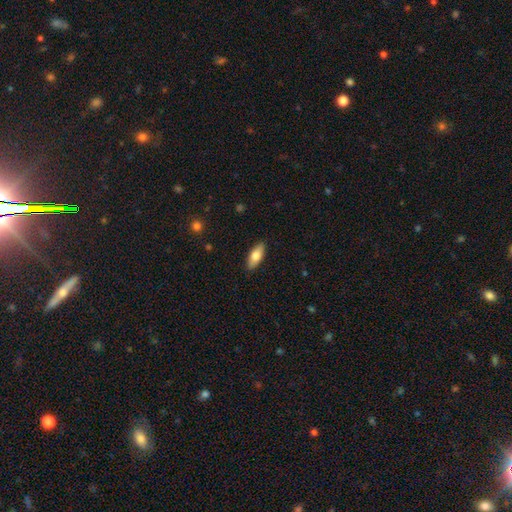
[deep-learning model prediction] This is likely a smooth galaxy (74%). How rounded: likely in between (77%). Merging: clearly none (89%).